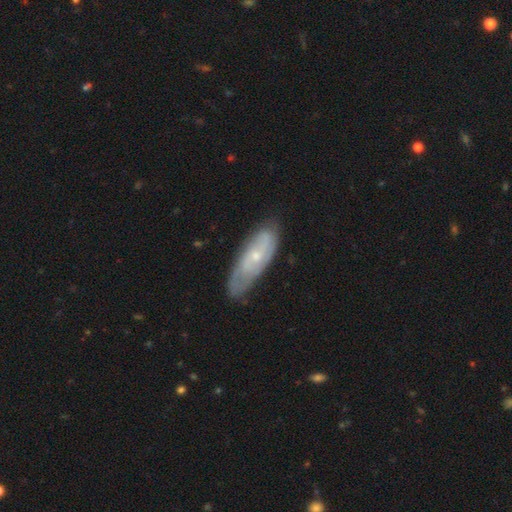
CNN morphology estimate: featured or disk 61%, smooth 33%, star or artifact 6%. Down the decision tree: edge-on disk — no (84%); bar — no (72%); spiral arms — yes (77%); bulge size — small (68%); merging — none (69%).